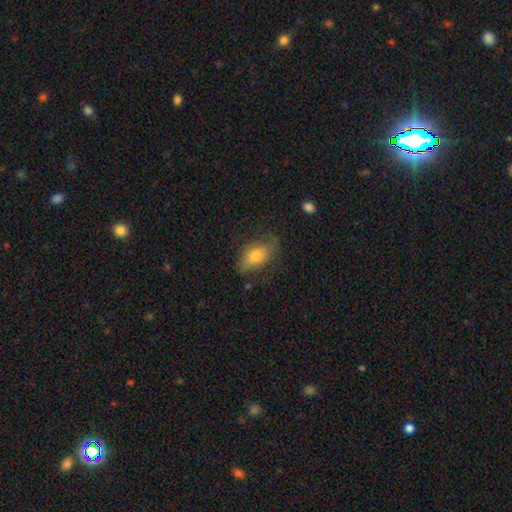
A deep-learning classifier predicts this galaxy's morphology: Smooth or featured? smooth (68%)
How rounded? in between (86%)
Merging? none (64%)